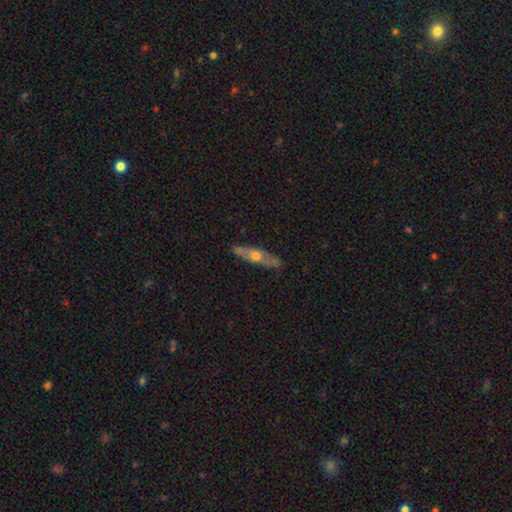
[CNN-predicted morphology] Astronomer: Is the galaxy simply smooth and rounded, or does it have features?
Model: featured or disk — 59% (runner-up: smooth, 36%).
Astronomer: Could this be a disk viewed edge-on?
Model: yes — 69%.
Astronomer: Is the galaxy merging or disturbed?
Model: none — 85%.